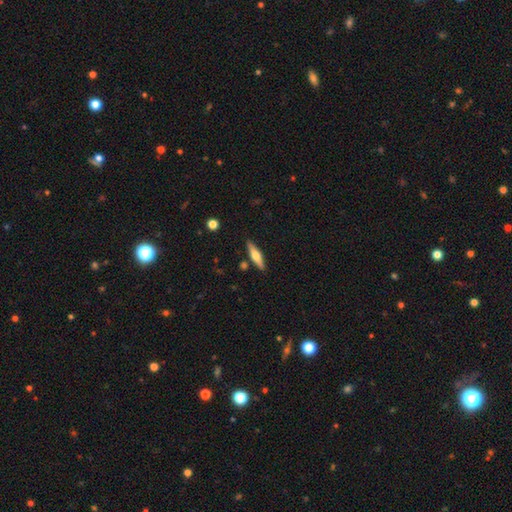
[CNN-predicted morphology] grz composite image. It shows a featured or disk galaxy (52%) viewed edge-on (95%). Merging: none (86%).